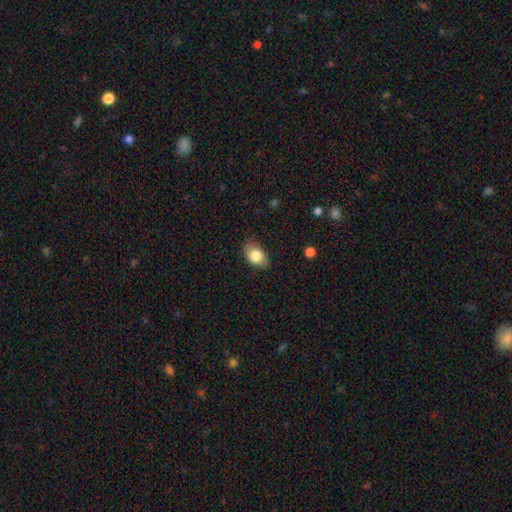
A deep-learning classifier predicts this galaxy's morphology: Overall: smooth (81%). How rounded: in between (85%). Merging: none (76%).